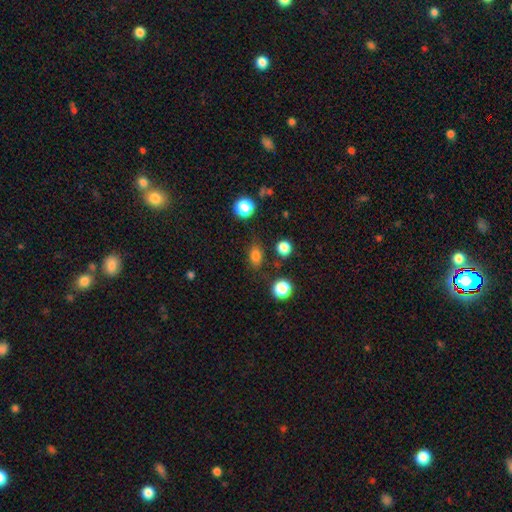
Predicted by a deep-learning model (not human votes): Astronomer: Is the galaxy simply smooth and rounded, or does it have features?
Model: smooth — 80%.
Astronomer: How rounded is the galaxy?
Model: in between — 69%.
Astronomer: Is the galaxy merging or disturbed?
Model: none — 80%.